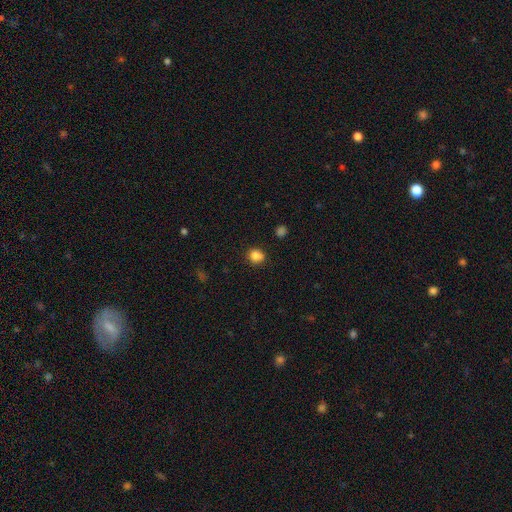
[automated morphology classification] type=smooth (84%); roundness=round (82%); merging=none (83%).